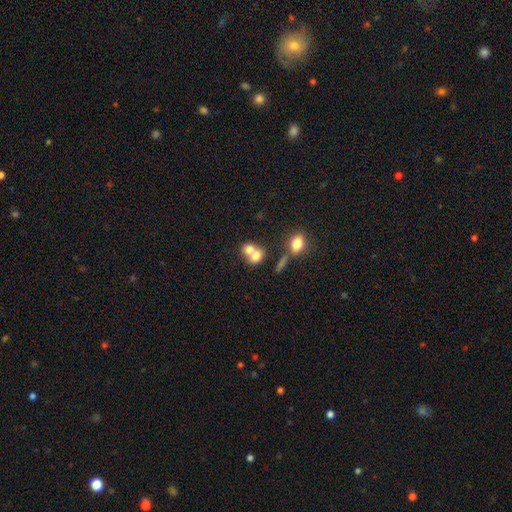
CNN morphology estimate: A smooth galaxy with no disk features (72%) that is round (58%). Merging: merger (64%).